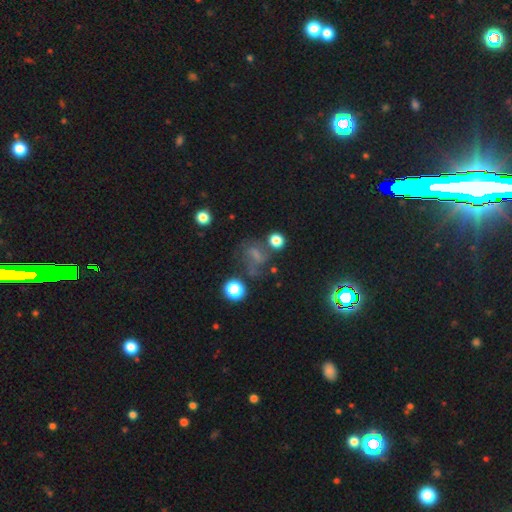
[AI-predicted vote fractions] Q: Smooth or featured?
A: smooth (39%); runner-up: featured or disk (33%)
Q: Merging?
A: none (50%); runner-up: minor disturbance (21%)